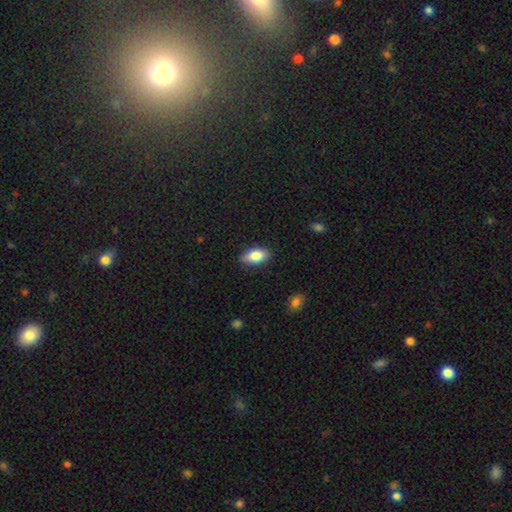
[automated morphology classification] The model was most divided on "merging": none: 85%, minor disturbance: 12%, major disturbance: 2%, merger: 1%. More confident: how rounded — in between (92%); smooth or featured — smooth (84%).